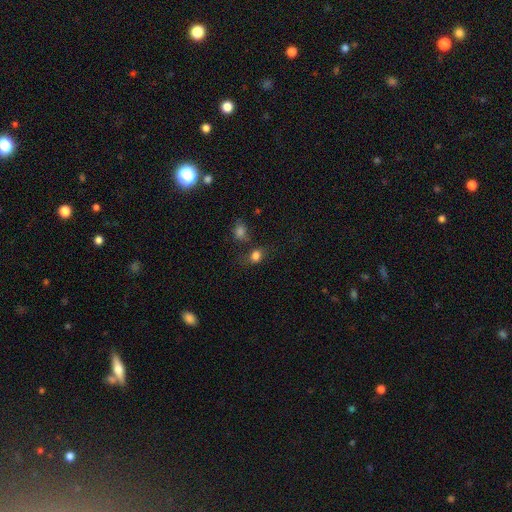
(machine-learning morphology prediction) A smooth galaxy with no disk features (79%) that is in between round and cigar-shaped (53%).

Vote fractions:
- Smooth or featured? smooth: 79% / star or artifact: 13% / featured or disk: 8%
- How rounded? in between: 53% / round: 45% / cigar-shaped: 2%
- Merging? none: 54% / merger: 18% / minor disturbance: 17% / major disturbance: 10%